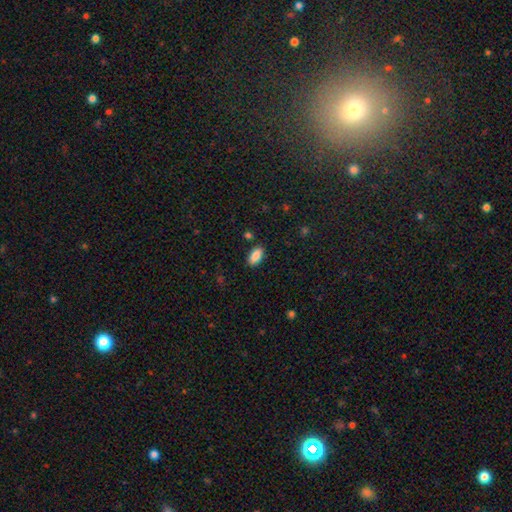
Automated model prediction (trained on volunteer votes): Smooth or featured? Predicted: smooth (p=0.88). How rounded? Predicted: in between (p=0.93). Merging? Predicted: none (p=0.86).